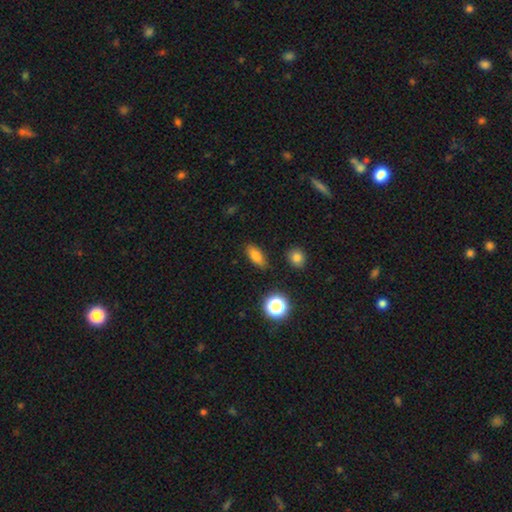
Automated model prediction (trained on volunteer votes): The model was most divided on "smooth or featured": smooth: 78%, star or artifact: 13%, featured or disk: 9%. More confident: merging — none (83%); how rounded — in between (80%).